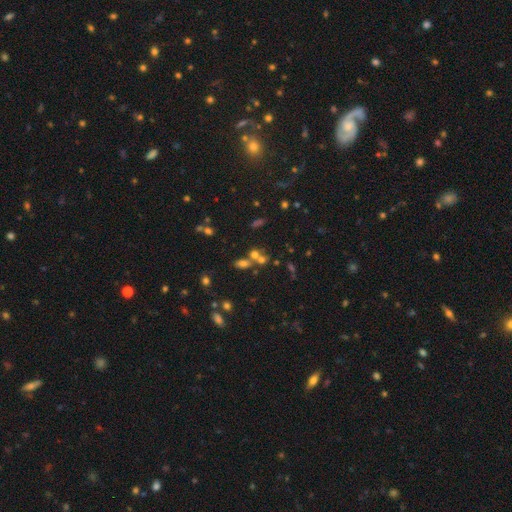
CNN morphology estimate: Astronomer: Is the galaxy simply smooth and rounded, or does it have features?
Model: smooth — 53% (runner-up: star or artifact, 29%).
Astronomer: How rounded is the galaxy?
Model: round — 51% (runner-up: in between, 46%).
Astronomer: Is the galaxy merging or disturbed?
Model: merger — 43% (runner-up: none, 42%).